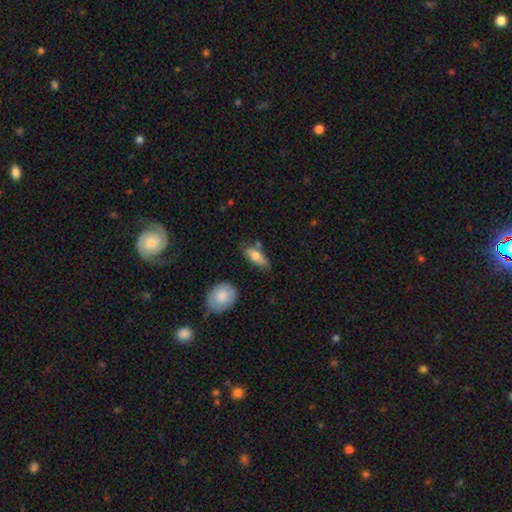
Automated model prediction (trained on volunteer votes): Smooth or featured: smooth — 73% (featured or disk — 21%)
How rounded: in between — 74% (cigar-shaped — 22%)
Merging: none — 63% (minor disturbance — 24%)